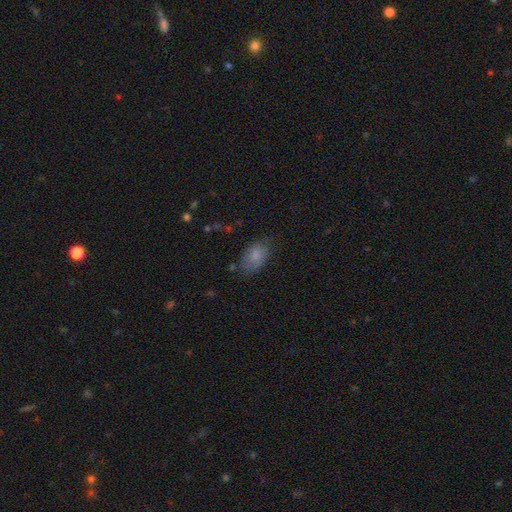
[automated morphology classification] A smooth galaxy with no disk features (81%) that is in between round and cigar-shaped (89%). Merging: none (66%).